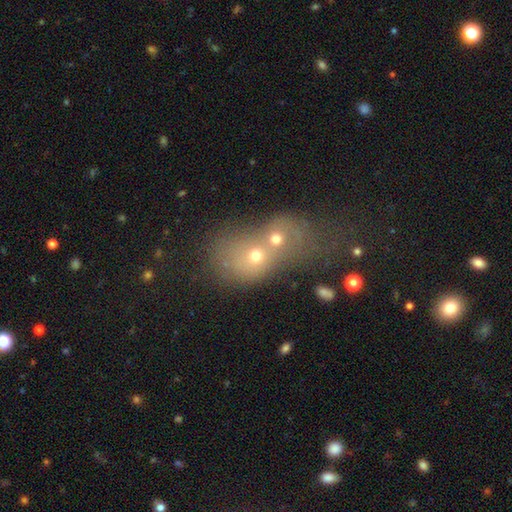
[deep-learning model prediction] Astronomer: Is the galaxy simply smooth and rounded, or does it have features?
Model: smooth — 52%.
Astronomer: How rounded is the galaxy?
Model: round — 52% (runner-up: in between, 45%).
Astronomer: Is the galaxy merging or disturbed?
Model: merger — 77%.